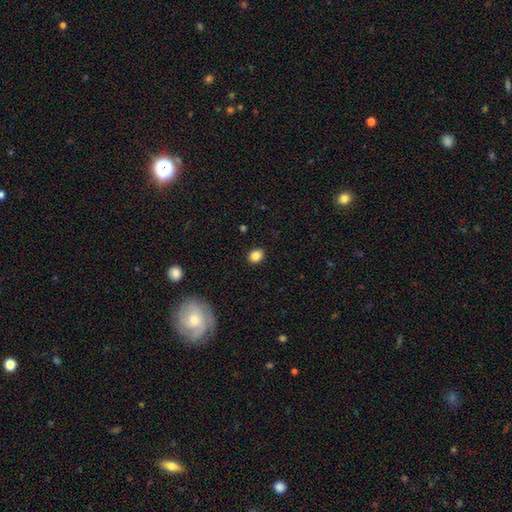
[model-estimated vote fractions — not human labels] Smooth or featured? smooth (86%)
How rounded? round (52%)
Merging? none (90%)